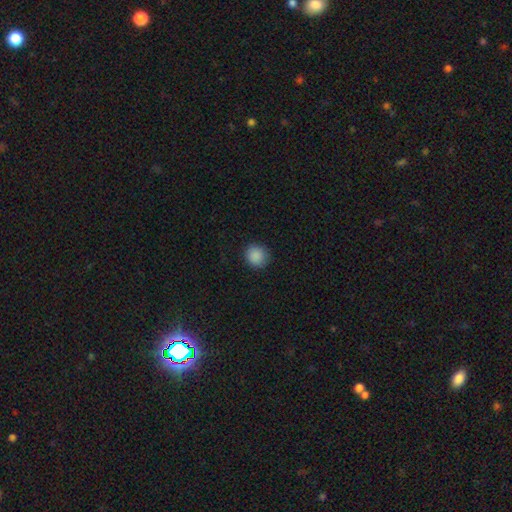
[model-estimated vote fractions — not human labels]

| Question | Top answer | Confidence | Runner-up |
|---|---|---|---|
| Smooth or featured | smooth | 89% | star or artifact (9%) |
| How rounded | round | 92% | in between (7%) |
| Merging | none | 90% | minor disturbance (7%) |